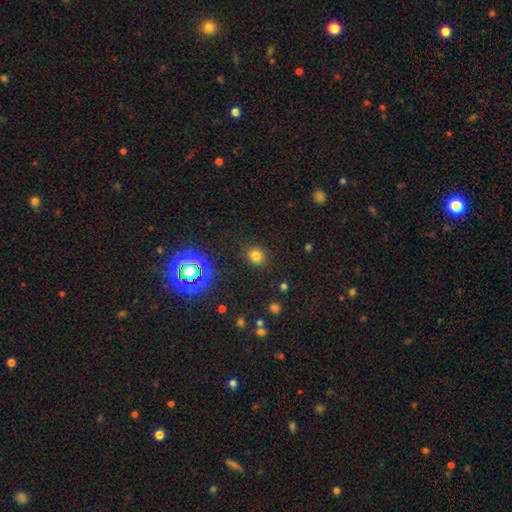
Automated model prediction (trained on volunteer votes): Smooth or featured? smooth (74%)
How rounded? round (78%)
Merging? none (87%)